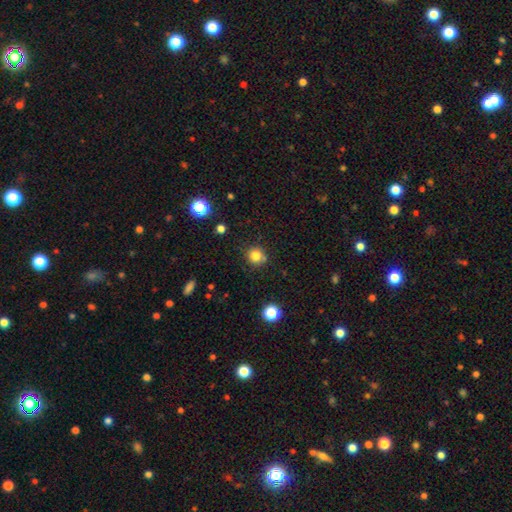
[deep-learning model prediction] This is clearly a smooth galaxy (81%). How rounded: clearly round (91%). Merging: clearly none (80%).